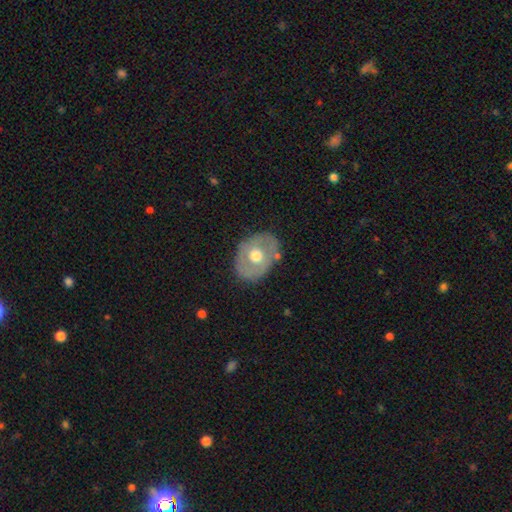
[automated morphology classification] The model was most divided on "smooth or featured": featured or disk: 50%, smooth: 44%, star or artifact: 6%. More confident: edge-on disk — no (92%); merging — none (76%).